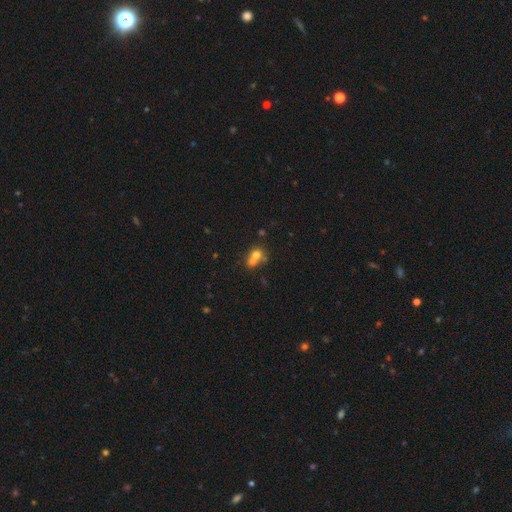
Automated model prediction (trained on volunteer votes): smooth_or_featured: smooth (p=0.67) [alt: featured or disk p=0.19]
how_rounded: round (p=0.73) [alt: in between p=0.26]
merging: merger (p=0.63) [alt: none p=0.27]